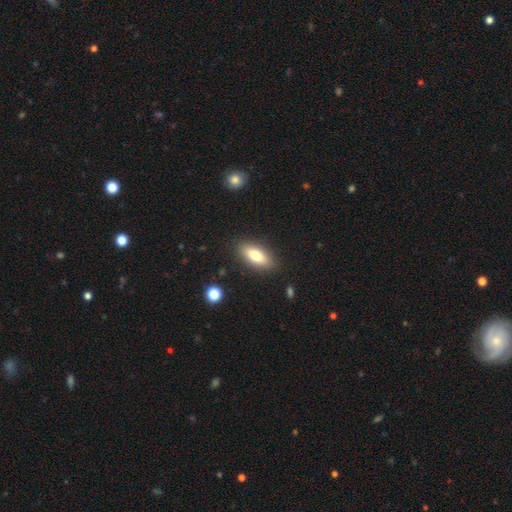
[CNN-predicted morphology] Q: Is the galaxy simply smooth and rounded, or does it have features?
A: smooth — 75%.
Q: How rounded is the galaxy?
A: in between — 80%.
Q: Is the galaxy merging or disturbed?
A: none — 87%.